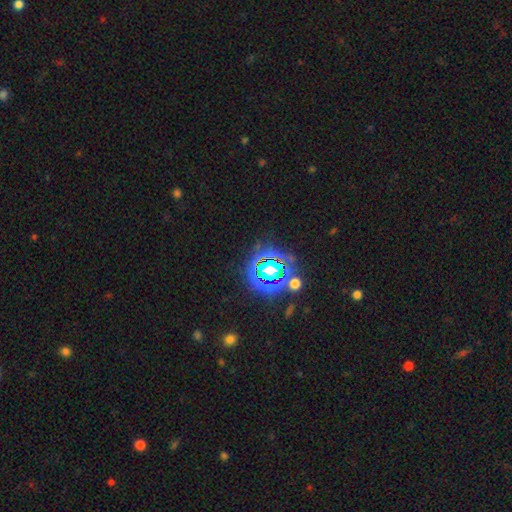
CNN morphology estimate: A star or artifact, not a galaxy (83%).